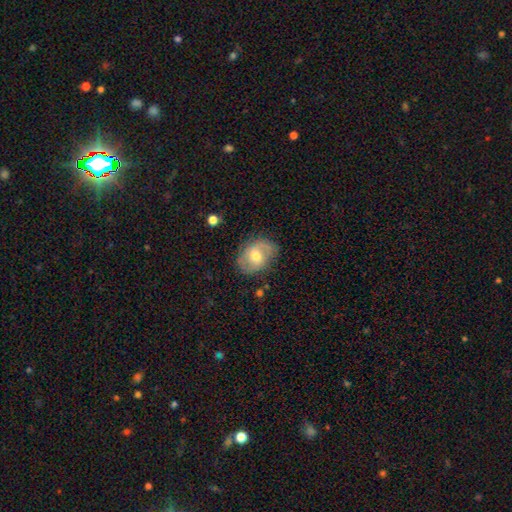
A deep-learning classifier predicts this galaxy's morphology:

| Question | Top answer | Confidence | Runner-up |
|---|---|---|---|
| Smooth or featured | featured or disk | 57% | smooth (35%) |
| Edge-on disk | no | 96% | yes (4%) |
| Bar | no | 51% | weak (41%) |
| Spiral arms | yes | 80% | no (20%) |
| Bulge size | moderate | 68% | small (24%) |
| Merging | none | 73% | minor disturbance (19%) |